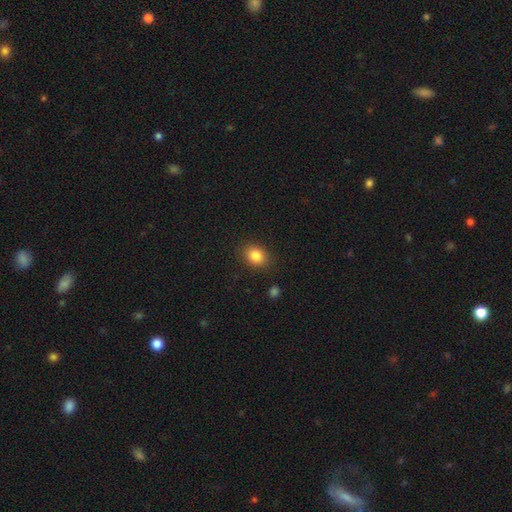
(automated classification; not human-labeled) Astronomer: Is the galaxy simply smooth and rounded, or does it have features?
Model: smooth — 85%.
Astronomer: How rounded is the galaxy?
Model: in between — 58% (runner-up: round, 41%).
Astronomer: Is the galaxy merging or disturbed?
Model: none — 87%.